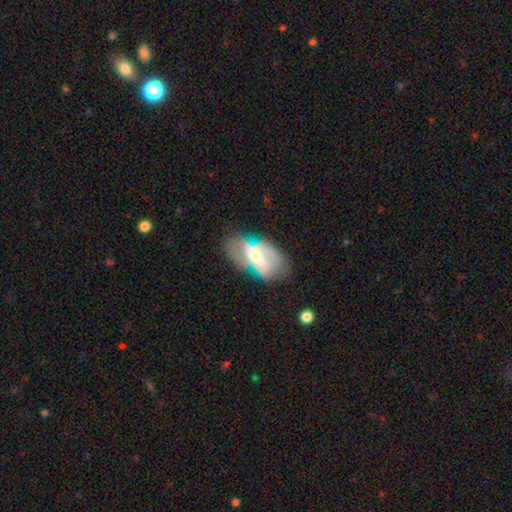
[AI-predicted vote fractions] smooth_or_featured: featured or disk (p=0.70) [alt: smooth p=0.23]
disk_edge_on: no (p=0.91) [alt: yes p=0.09]
bar: weak (p=0.41) [alt: strong p=0.32]
has_spiral_arms: yes (p=0.70) [alt: no p=0.30]
bulge_size: moderate (p=0.53) [alt: small p=0.40]
merging: none (p=0.62) [alt: minor disturbance p=0.24]